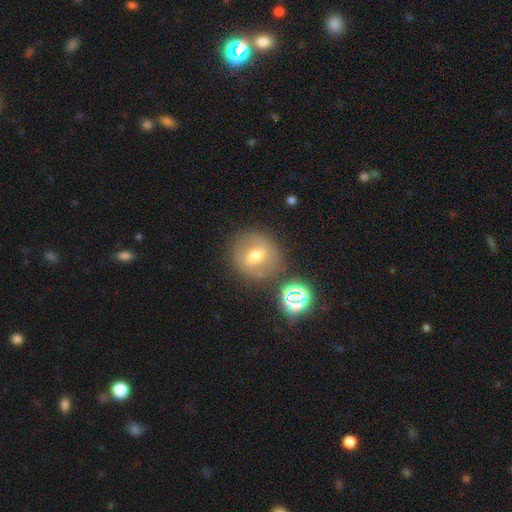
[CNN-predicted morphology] Q: Smooth or featured?
A: smooth (48%); runner-up: featured or disk (37%)
Q: Merging?
A: none (79%); runner-up: minor disturbance (11%)